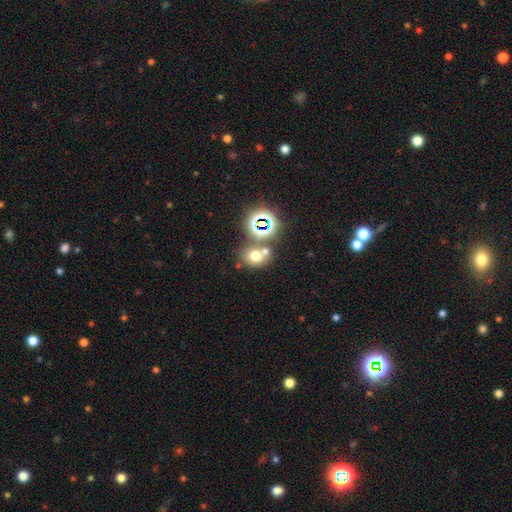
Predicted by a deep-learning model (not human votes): Smooth or featured?
  - smooth: 62% *
  - star or artifact: 25%
  - featured or disk: 13%
How rounded?
  - round: 65% *
  - in between: 33%
  - cigar-shaped: 1%
Merging?
  - none: 55% *
  - merger: 31%
  - minor disturbance: 9%
  - major disturbance: 4%